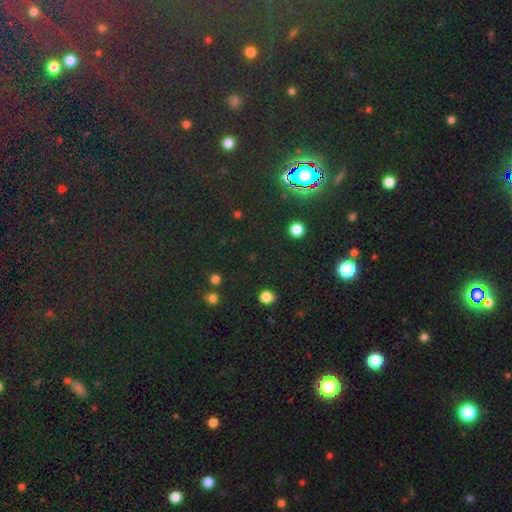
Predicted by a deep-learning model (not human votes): This is likely a star or artifact rather than a galaxy (79%).